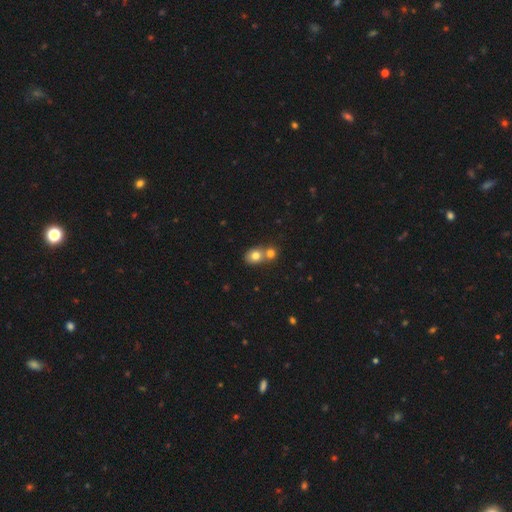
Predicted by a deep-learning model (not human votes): This is likely a smooth galaxy (77%). How rounded: likely round (67%). Merging: possibly merger (57%).